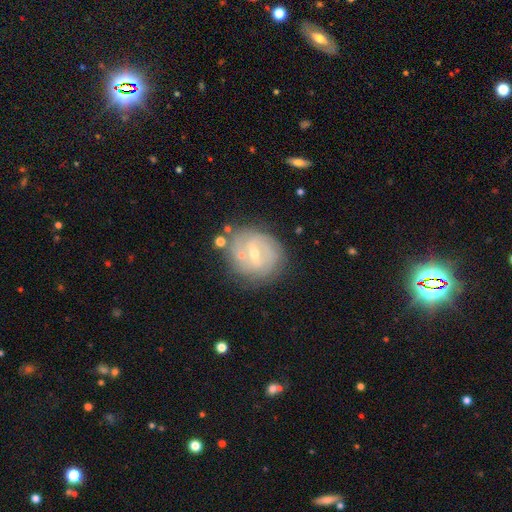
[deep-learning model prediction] Q: Smooth or featured?
A: featured or disk (73%); runner-up: smooth (17%)
Q: Edge-on disk?
A: no (96%); runner-up: yes (4%)
Q: Bar?
A: weak (50%); runner-up: strong (30%)
Q: Spiral arms?
A: yes (83%); runner-up: no (17%)
Q: Spiral winding?
A: tight (58%); runner-up: medium (30%)
Q: Spiral arm count?
A: 2 (44%); runner-up: can't tell (34%)
Q: Bulge size?
A: small (56%); runner-up: moderate (40%)
Q: Merging?
A: none (75%); runner-up: minor disturbance (15%)